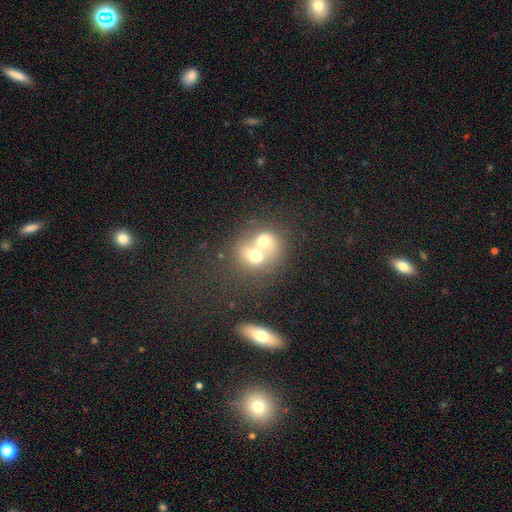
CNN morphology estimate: smooth_or_featured: smooth (p=0.61) [alt: featured or disk p=0.28]
how_rounded: round (p=0.65) [alt: in between p=0.34]
merging: merger (p=0.75) [alt: none p=0.16]